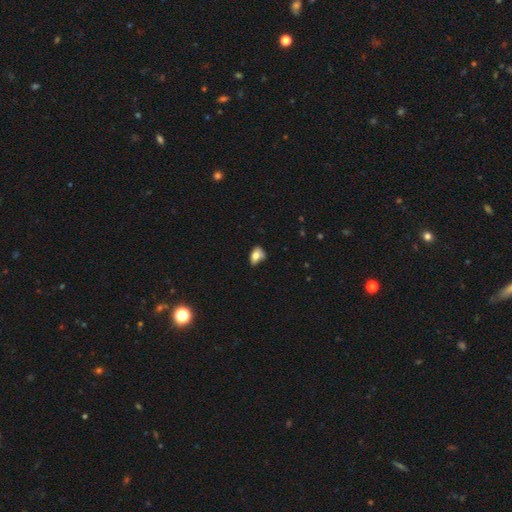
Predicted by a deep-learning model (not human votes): Smooth or featured? Predicted: smooth (p=0.74). How rounded? Predicted: in between (p=0.80). Merging? Predicted: minor disturbance (p=0.41).